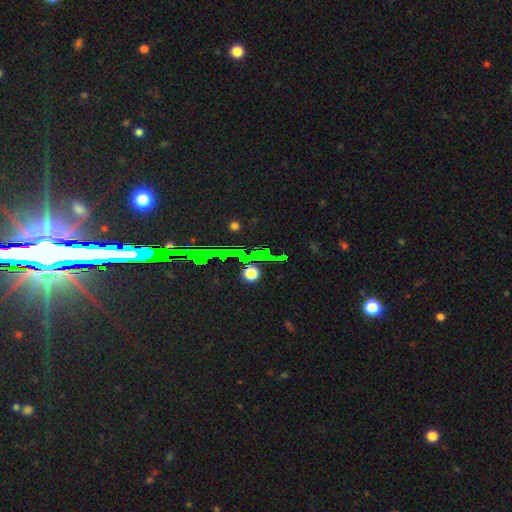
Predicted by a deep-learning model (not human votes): smooth_or_featured: star or artifact (p=0.76) [alt: smooth p=0.13]